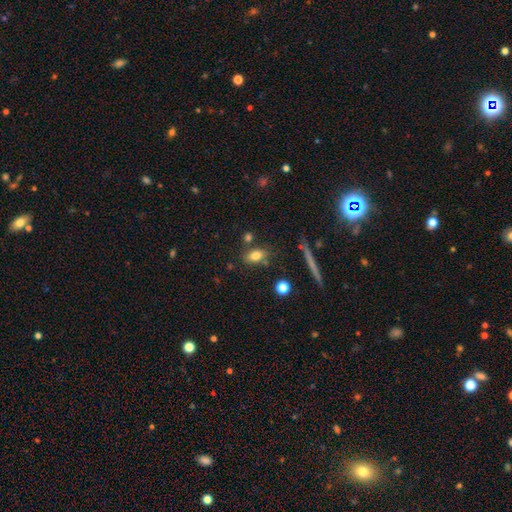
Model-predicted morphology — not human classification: Smooth or featured? smooth (79%)
How rounded? in between (79%)
Merging? none (73%)